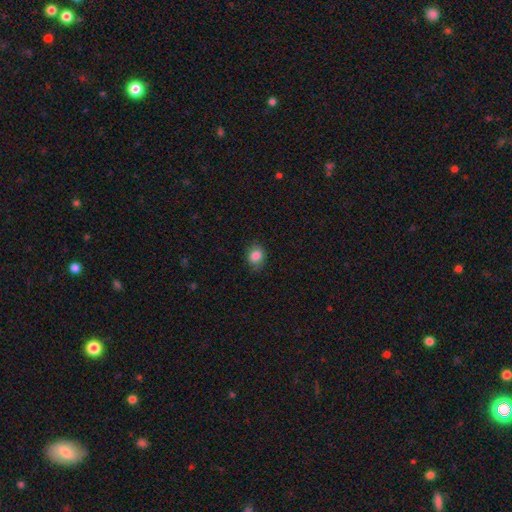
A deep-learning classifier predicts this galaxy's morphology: A smooth galaxy with no disk features (84%) that is in between round and cigar-shaped (53%). Merging: none (74%).